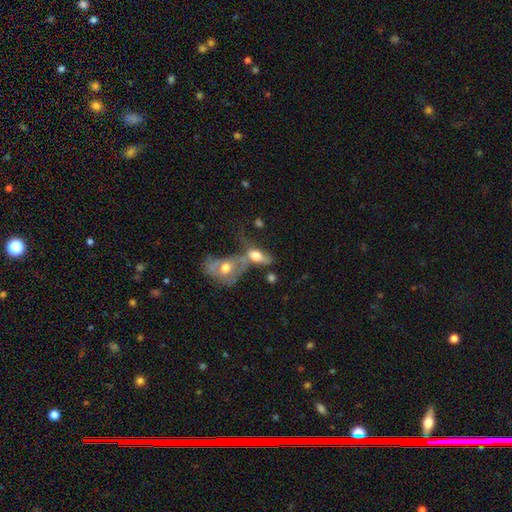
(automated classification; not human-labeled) Q: Smooth or featured?
A: smooth (55%); runner-up: featured or disk (36%)
Q: How rounded?
A: in between (82%); runner-up: cigar-shaped (11%)
Q: Merging?
A: merger (60%); runner-up: none (17%)